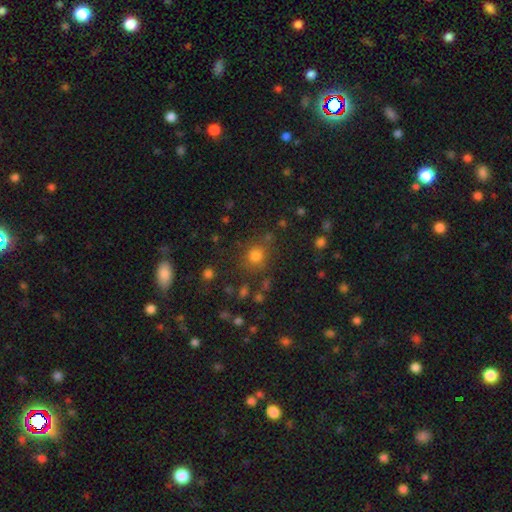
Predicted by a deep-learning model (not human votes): Overall: smooth (76%). How rounded: round (85%). Merging: none (77%).